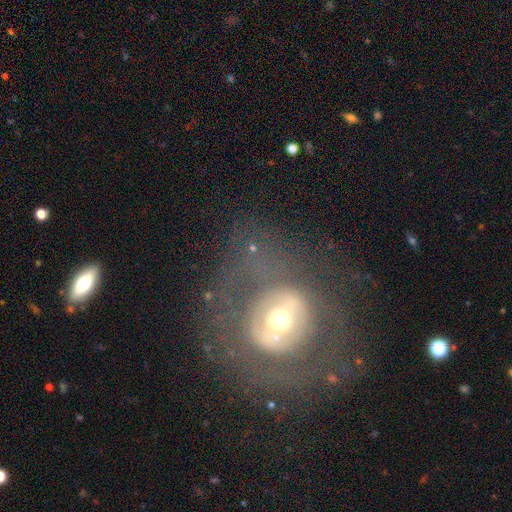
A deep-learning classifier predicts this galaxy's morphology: The model was most divided on "bar": no: 43%, weak: 31%, strong: 26%. More confident: edge-on disk — no (93%); spiral arms — no (71%); merging — none (64%); smooth or featured — featured or disk (60%); bulge size — moderate (55%).